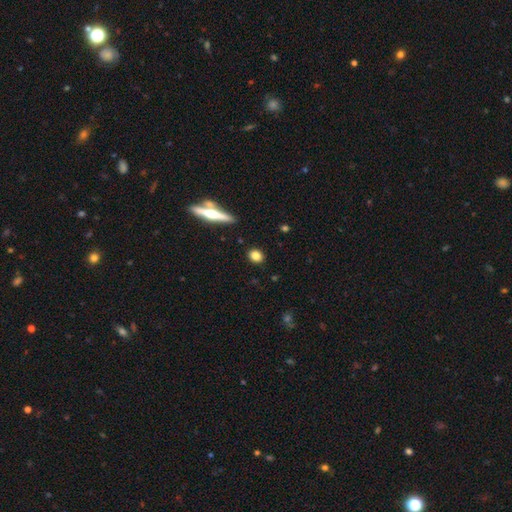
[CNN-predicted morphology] smooth 81%, featured or disk 10%, star or artifact 9%. Down the decision tree: how rounded — round (64%); merging — none (88%).